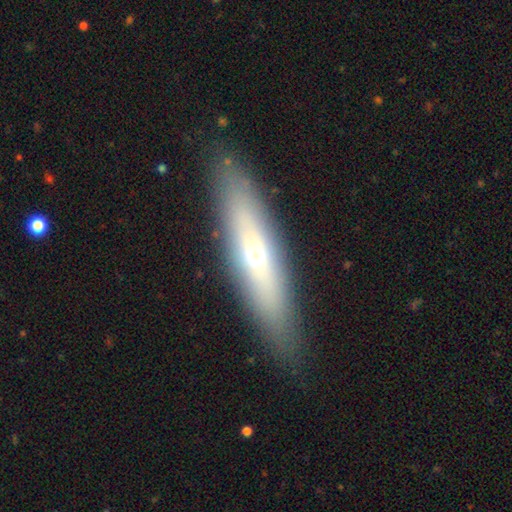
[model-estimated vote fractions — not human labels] Smooth or featured? featured or disk (48%)
Merging? none (88%)